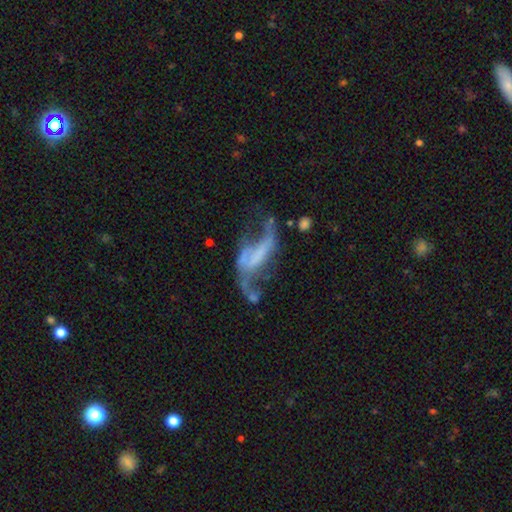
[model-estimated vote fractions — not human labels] A featured or disk galaxy (73%) with no bar (40%), spiral arms (71%) and no central bulge (70%).

Vote fractions:
- Smooth or featured? featured or disk: 73% / smooth: 16% / star or artifact: 12%
- Edge-on disk? no: 91% / yes: 9%
- Bar? no: 40% / strong: 32% / weak: 28%
- Spiral arms? yes: 71% / no: 29%
- Bulge size? none: 70% / small: 16% / moderate: 8% / large: 4% / dominant: 2%
- Merging? major disturbance: 40% / none: 30% / minor disturbance: 16% / merger: 14%